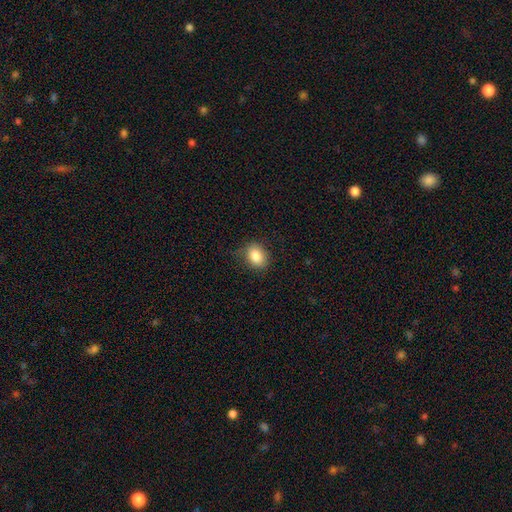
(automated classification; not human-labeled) The model was most divided on "how rounded": in between: 56%, round: 43%, cigar-shaped: 1%. More confident: smooth or featured — smooth (84%); merging — none (79%).